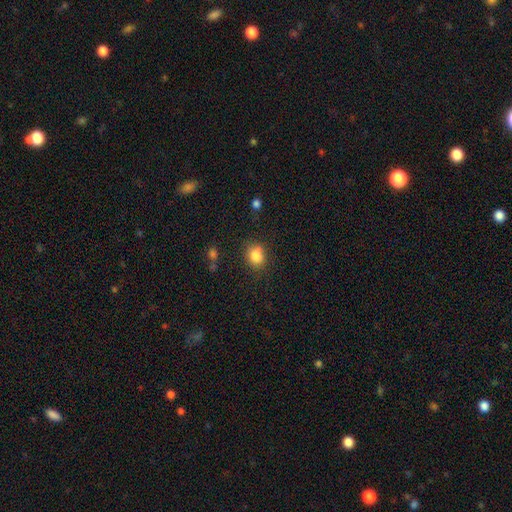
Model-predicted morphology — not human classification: Smooth or featured: smooth — 83% (star or artifact — 10%)
How rounded: round — 58% (in between — 41%)
Merging: none — 75% (minor disturbance — 16%)